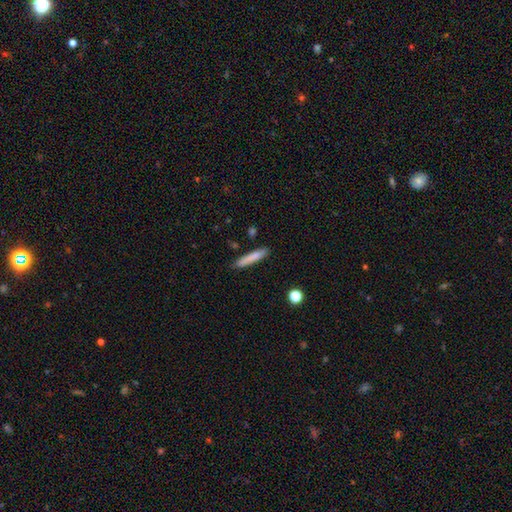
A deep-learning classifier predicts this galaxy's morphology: Smooth or featured? Predicted: smooth (p=0.75). How rounded? Predicted: cigar-shaped (p=0.94). Merging? Predicted: none (p=0.87).